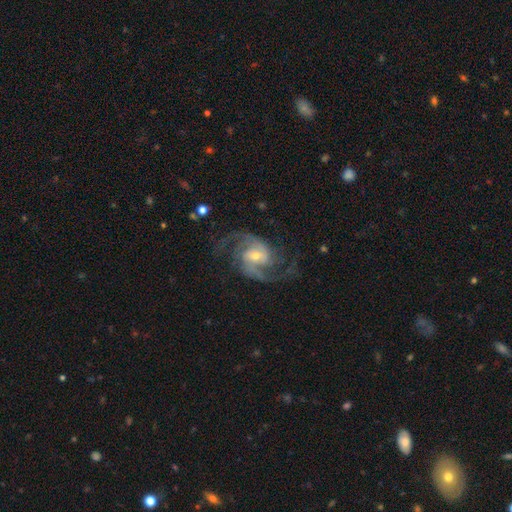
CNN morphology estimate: type=featured or disk (92%); edge-on=no (98%); bar=no (45%); spiral arms=yes (98%); winding=medium (58%); arm count=2 (67%); bulge=small (55%); merging=none (72%).